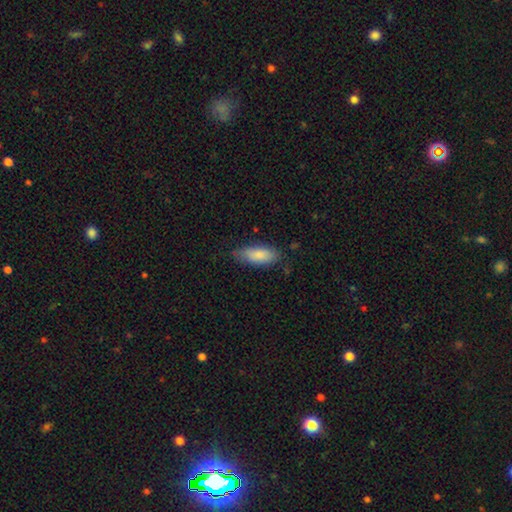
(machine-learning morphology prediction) Smooth or featured? smooth (85%)
How rounded? in between (72%)
Merging? none (78%)